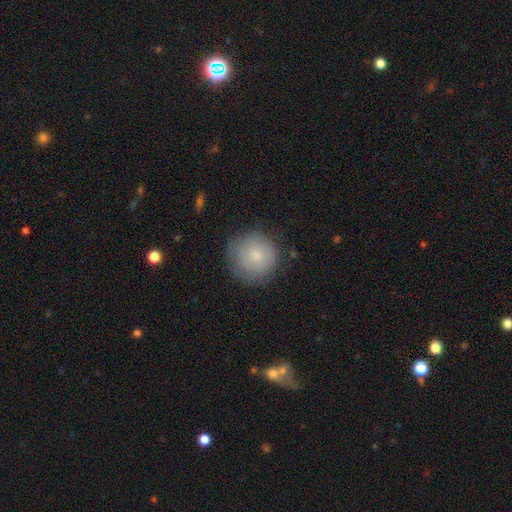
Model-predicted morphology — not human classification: Smooth or featured? Predicted: smooth (p=0.75). How rounded? Predicted: round (p=0.94). Merging? Predicted: none (p=0.76).